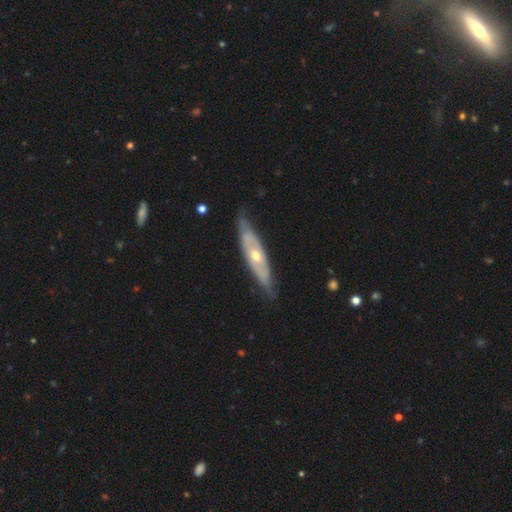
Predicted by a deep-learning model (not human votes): A featured or disk galaxy (68%). Merging: none (77%).